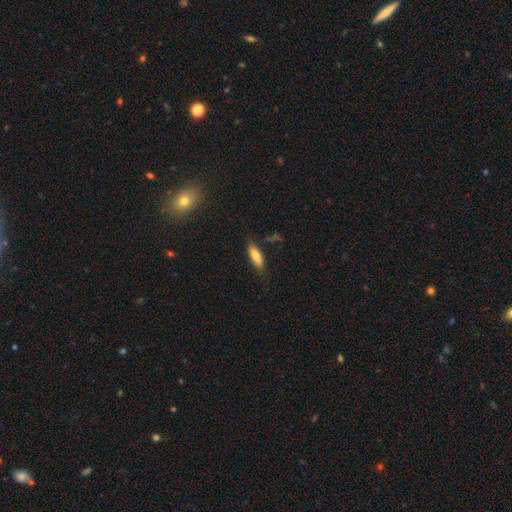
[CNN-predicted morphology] This appears to be a smooth galaxy with no disk features (74%) that is in between round and cigar-shaped (56%). Merging: none (78%).